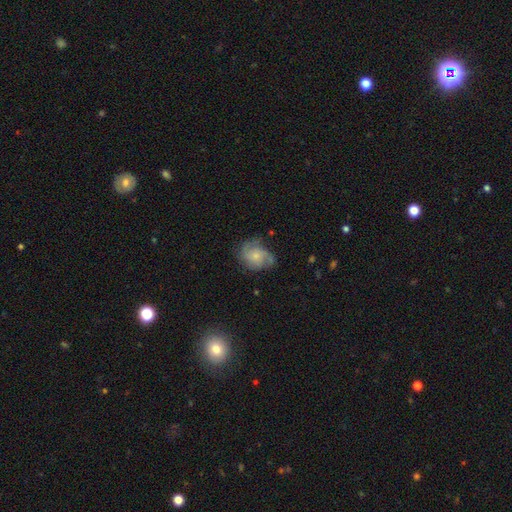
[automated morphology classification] A featured or disk galaxy (70%) with no bar (76%), 3 (35%) medium (47%) spiral arms (92%) and a small central bulge (62%).

Vote fractions:
- Smooth or featured? featured or disk: 70% / smooth: 23% / star or artifact: 7%
- Edge-on disk? no: 98% / yes: 2%
- Bar? no: 76% / weak: 21% / strong: 3%
- Spiral arms? yes: 92% / no: 8%
- Spiral winding? medium: 47% / tight: 32% / loose: 21%
- Spiral arm count? 3: 35% / 2: 34% / can't tell: 17% / 4: 6% / 1: 5% / more than 4: 4%
- Bulge size? small: 62% / moderate: 29% / none: 5% / large: 2% / dominant: 1%
- Merging? none: 61% / minor disturbance: 25% / major disturbance: 12% / merger: 2%